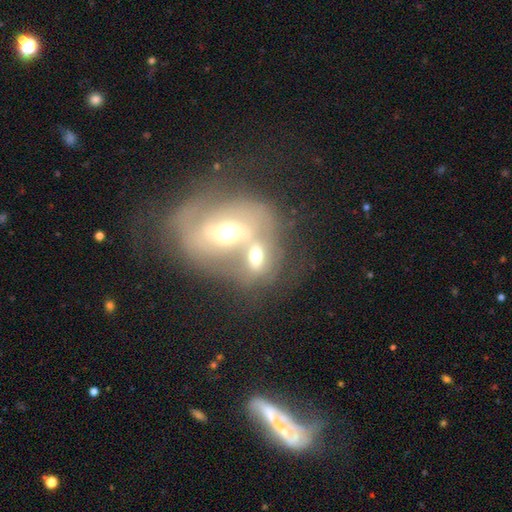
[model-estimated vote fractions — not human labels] Morphology: type=featured or disk (49%); merging=merger (75%).